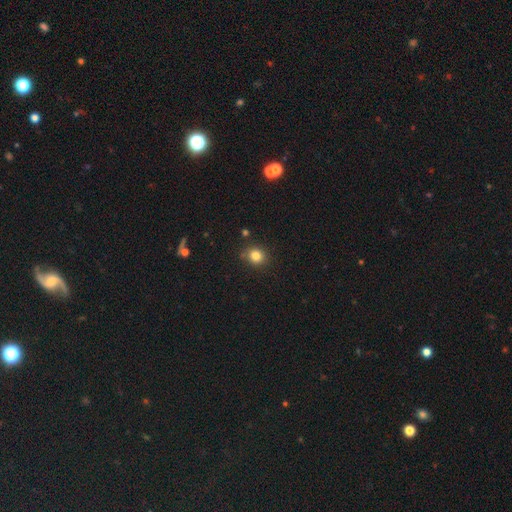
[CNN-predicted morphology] Smooth or featured?
  - smooth: 82% *
  - star or artifact: 12%
  - featured or disk: 6%
How rounded?
  - round: 81% *
  - in between: 18%
  - cigar-shaped: 1%
Merging?
  - none: 85% *
  - minor disturbance: 10%
  - merger: 3%
  - major disturbance: 3%